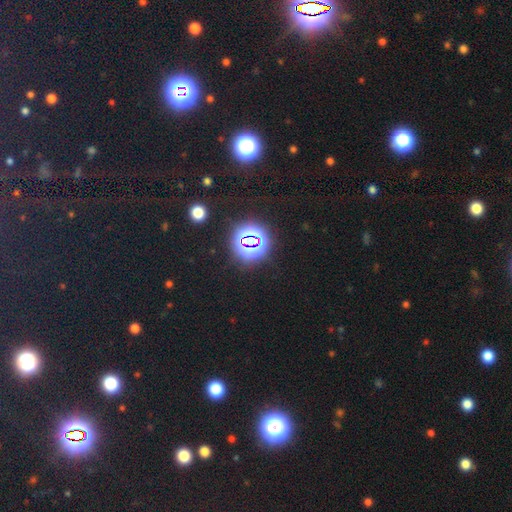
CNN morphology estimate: Smooth or featured: star or artifact — 65% (smooth — 28%)